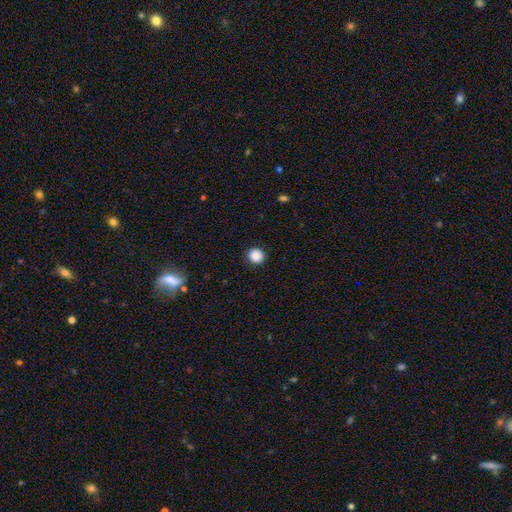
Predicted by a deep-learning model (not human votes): Smooth or featured?
  - smooth: 88% *
  - star or artifact: 9%
  - featured or disk: 2%
How rounded?
  - round: 93% *
  - in between: 6%
  - cigar-shaped: 1%
Merging?
  - none: 92% *
  - minor disturbance: 5%
  - major disturbance: 2%
  - merger: 1%